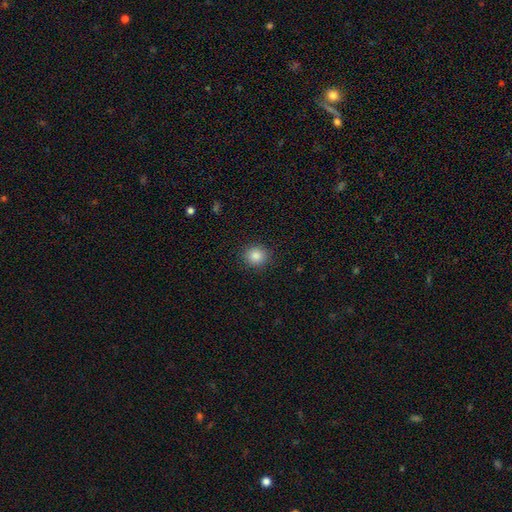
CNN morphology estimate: Smooth or featured? smooth (85%)
How rounded? round (87%)
Merging? none (91%)